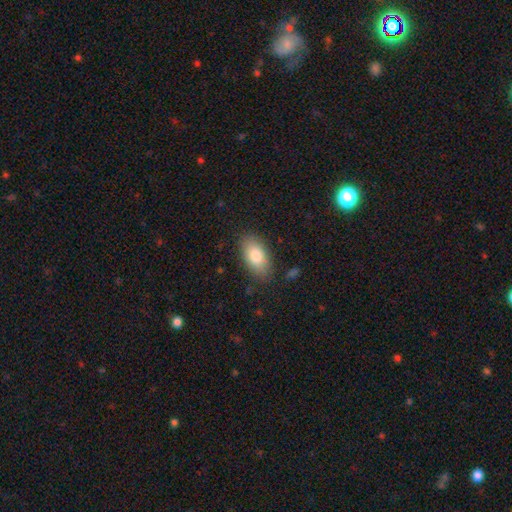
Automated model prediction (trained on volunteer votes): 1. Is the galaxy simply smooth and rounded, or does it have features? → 81% smooth, 12% featured or disk, 7% star or artifact.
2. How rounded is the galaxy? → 93% in between, 4% round, 3% cigar-shaped.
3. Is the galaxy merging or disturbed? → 83% none, 13% minor disturbance, 3% major disturbance, 1% merger.